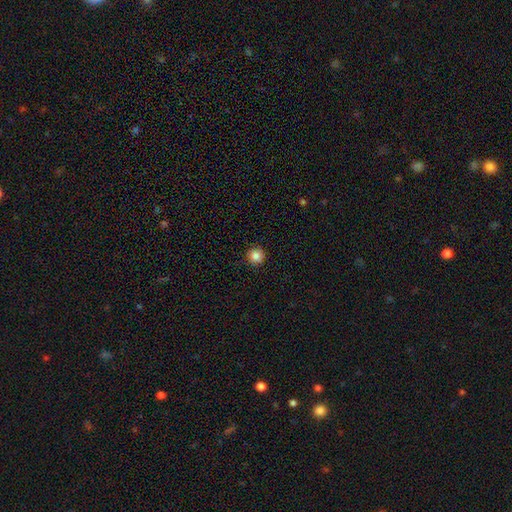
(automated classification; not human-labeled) smooth_or_featured: smooth (p=0.84) [alt: star or artifact p=0.11]
how_rounded: round (p=0.96) [alt: in between p=0.03]
merging: none (p=0.92) [alt: minor disturbance p=0.05]